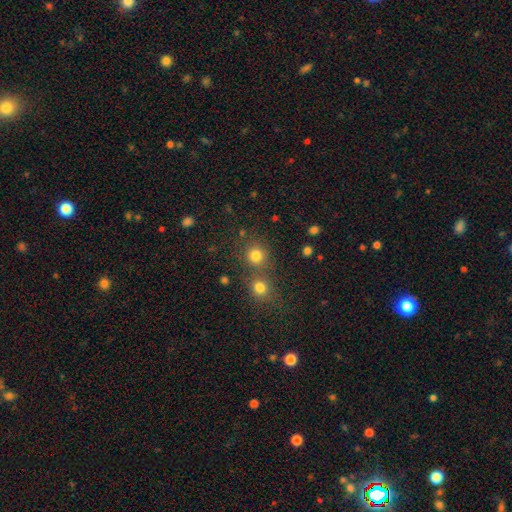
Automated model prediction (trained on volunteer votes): The model was most divided on "merging": none: 62%, merger: 28%, minor disturbance: 6%, major disturbance: 3%. More confident: how rounded — round (90%); smooth or featured — smooth (79%).